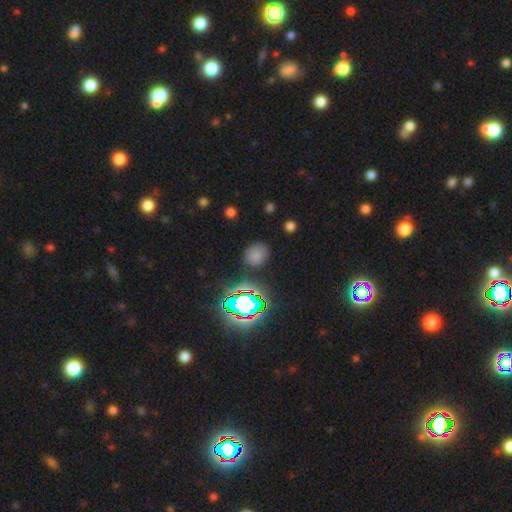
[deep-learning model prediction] This is likely a smooth galaxy (66%). How rounded: likely round (75%). Merging: clearly none (82%).